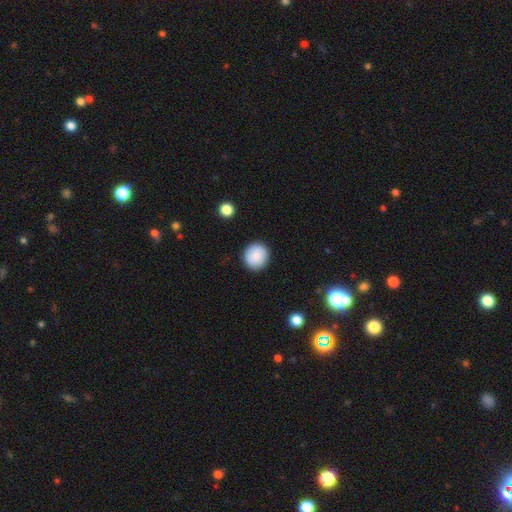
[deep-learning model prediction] Morphology: type=smooth (87%); roundness=round (92%); merging=none (91%).